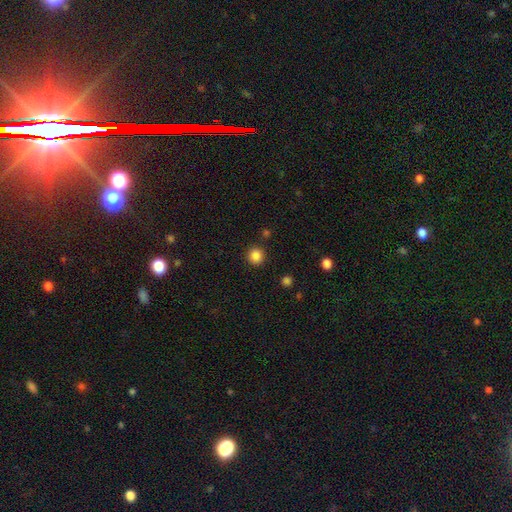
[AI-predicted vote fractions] smooth_or_featured: smooth (p=0.85) [alt: star or artifact p=0.11]
how_rounded: round (p=0.94) [alt: in between p=0.05]
merging: none (p=0.90) [alt: minor disturbance p=0.06]